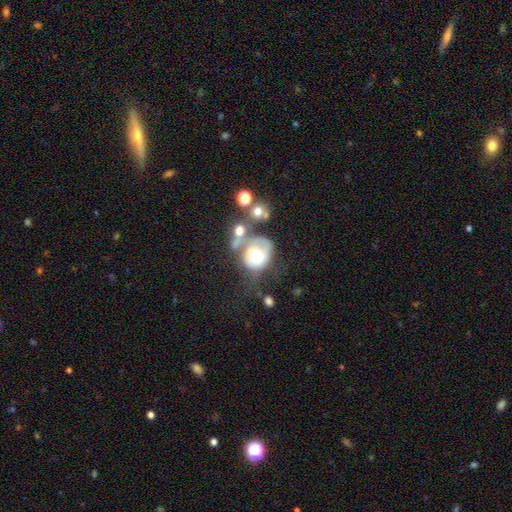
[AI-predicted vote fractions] A smooth galaxy with no disk features (52%) that is round (66%). Merging: merger (34%).